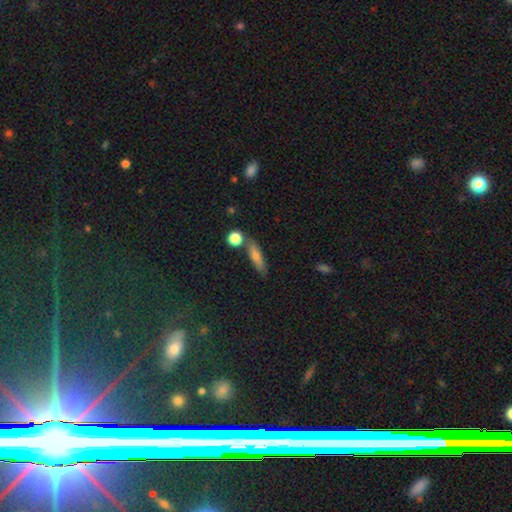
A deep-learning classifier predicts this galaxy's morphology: Smooth or featured: smooth — 67% (featured or disk — 24%)
How rounded: cigar-shaped — 70% (in between — 25%)
Merging: none — 75% (minor disturbance — 13%)